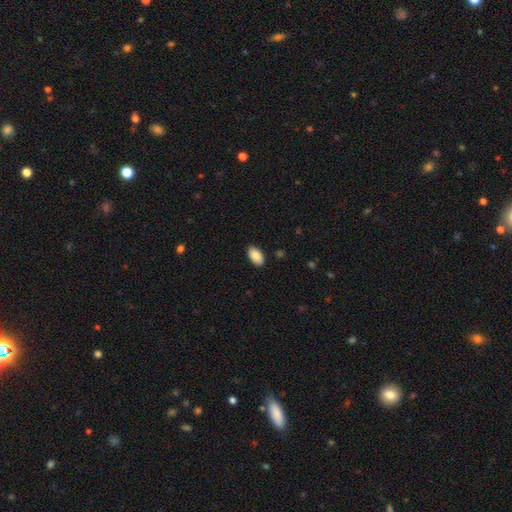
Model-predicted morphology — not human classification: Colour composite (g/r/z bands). It shows a smooth galaxy with no disk features (89%) that is in between round and cigar-shaped (95%). Merging: none (89%).